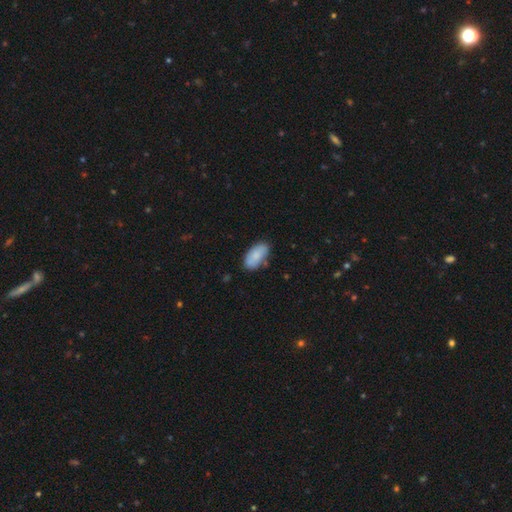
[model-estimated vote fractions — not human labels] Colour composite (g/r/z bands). It shows a smooth galaxy with no disk features (85%) that is in between round and cigar-shaped (93%). Merging: none (77%).